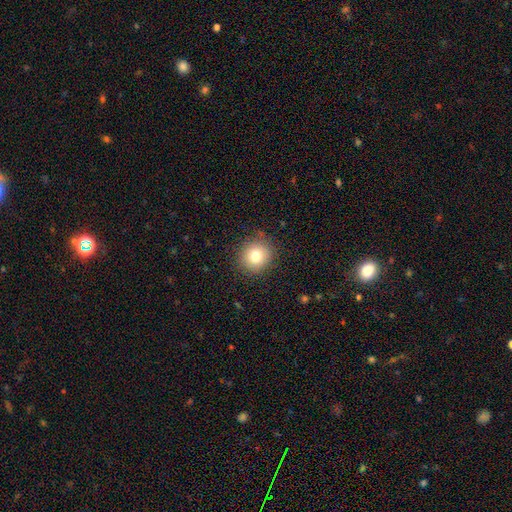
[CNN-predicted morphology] Smooth or featured: smooth — 78% (star or artifact — 12%)
How rounded: round — 89% (in between — 10%)
Merging: none — 88% (minor disturbance — 8%)